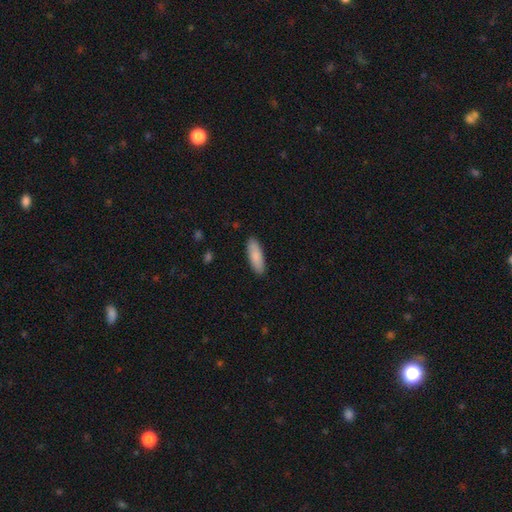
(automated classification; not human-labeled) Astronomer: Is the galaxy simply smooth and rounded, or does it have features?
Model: smooth — 86%.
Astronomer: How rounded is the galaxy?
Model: in between — 57% (runner-up: cigar-shaped, 42%).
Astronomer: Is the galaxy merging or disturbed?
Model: none — 90%.